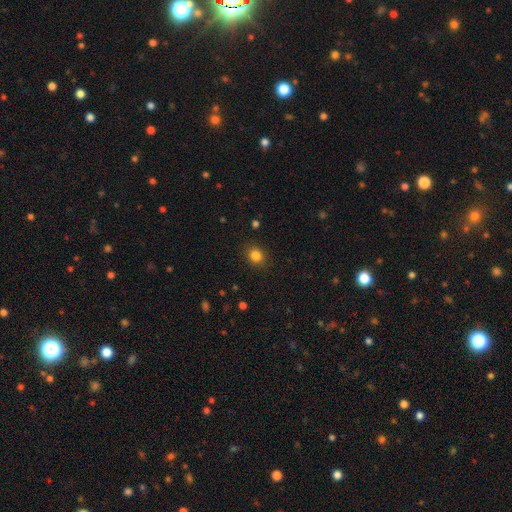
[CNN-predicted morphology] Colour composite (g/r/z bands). It shows a smooth galaxy with no disk features (83%) that is round (67%). Merging: none (88%).